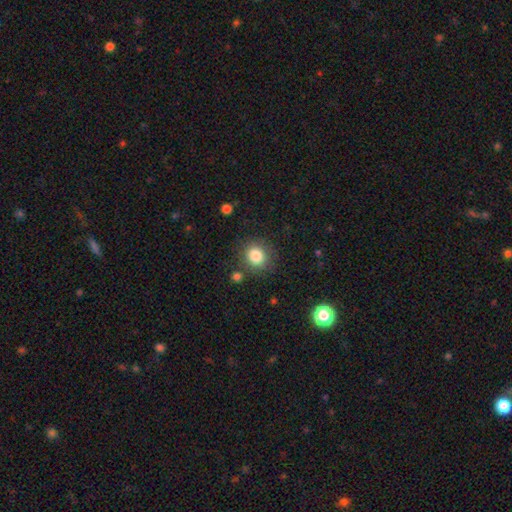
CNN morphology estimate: The model was most divided on "how rounded": round: 80%, in between: 19%, cigar-shaped: 1%. More confident: smooth or featured — smooth (84%); merging — none (81%).